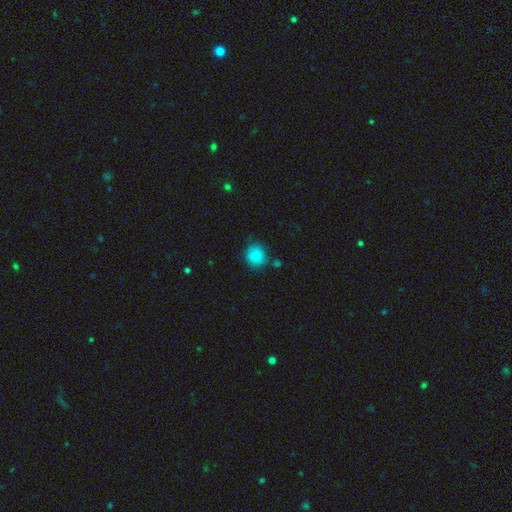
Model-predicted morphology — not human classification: A smooth galaxy with no disk features (87%) that is round (83%).

Vote fractions:
- Smooth or featured? smooth: 87% / star or artifact: 10% / featured or disk: 3%
- How rounded? round: 83% / in between: 16% / cigar-shaped: 1%
- Merging? none: 78% / minor disturbance: 13% / merger: 5% / major disturbance: 4%